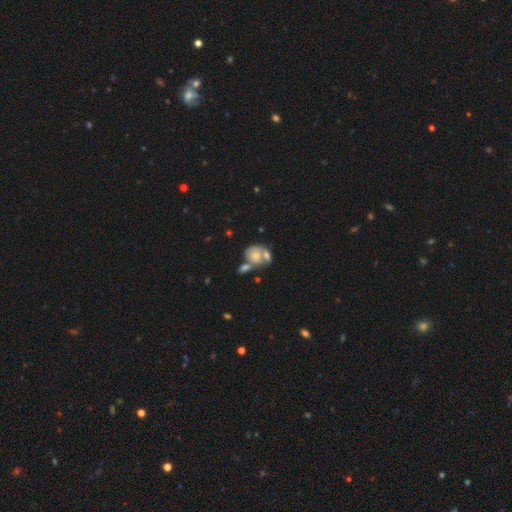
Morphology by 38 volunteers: smooth 66%, featured or disk 26%, star or artifact 8%. Down the decision tree: how rounded — in between (52%); merging — merger (57%).